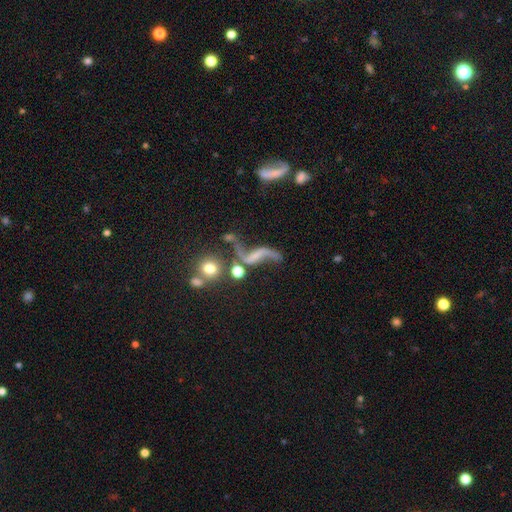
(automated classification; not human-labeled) smooth_or_featured: featured or disk (p=0.80) [alt: smooth p=0.11]
disk_edge_on: no (p=0.95) [alt: yes p=0.05]
bar: no (p=0.44) [alt: weak p=0.33]
has_spiral_arms: yes (p=0.90) [alt: no p=0.10]
spiral_winding: loose (p=0.94) [alt: medium p=0.05]
spiral_arm_count: 2 (p=0.91) [alt: 1 p=0.05]
bulge_size: none (p=0.54) [alt: small p=0.30]
merging: none (p=0.49) [alt: major disturbance p=0.19]